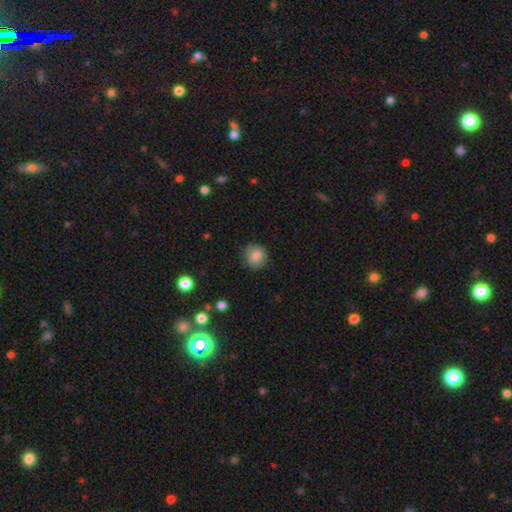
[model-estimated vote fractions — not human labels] Smooth or featured: smooth — 82% (featured or disk — 9%)
How rounded: round — 89% (in between — 10%)
Merging: none — 86% (minor disturbance — 10%)